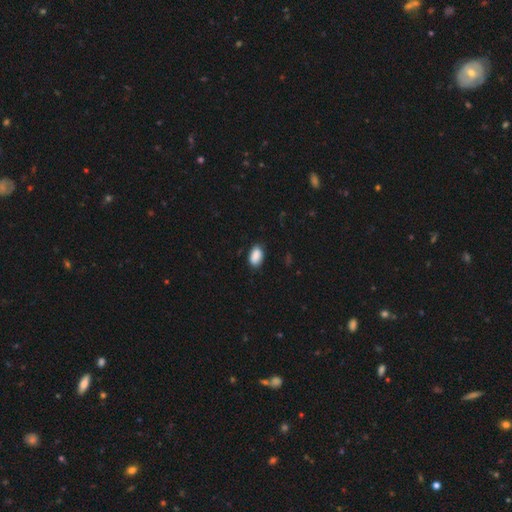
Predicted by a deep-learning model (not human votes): Smooth or featured: smooth — 89% (star or artifact — 7%)
How rounded: in between — 92% (round — 7%)
Merging: none — 79% (minor disturbance — 17%)